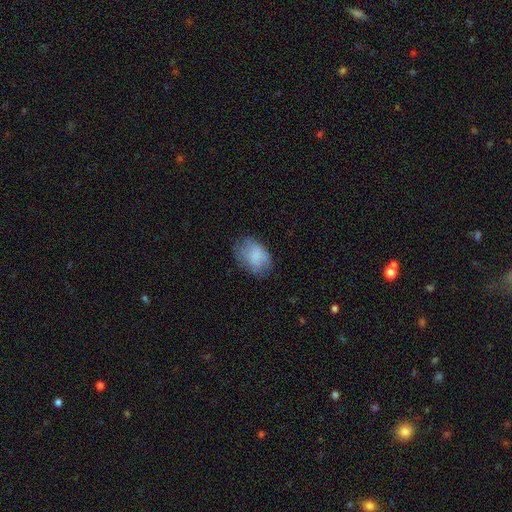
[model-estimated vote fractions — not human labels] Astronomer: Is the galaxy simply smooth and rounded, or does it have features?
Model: smooth — 75%.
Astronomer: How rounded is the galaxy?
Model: in between — 81%.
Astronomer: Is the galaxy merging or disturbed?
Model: none — 63%.